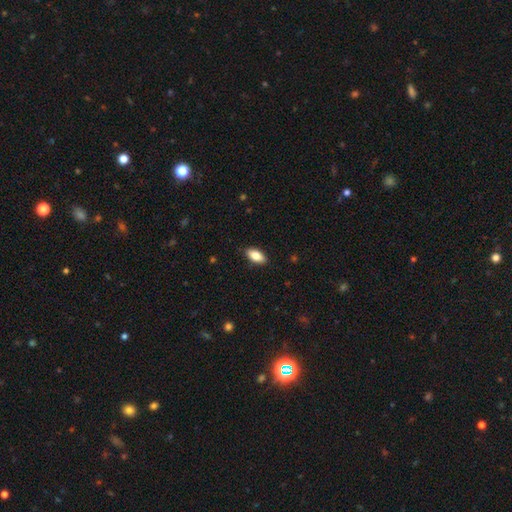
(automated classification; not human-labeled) Overall: smooth (83%). How rounded: in between (90%). Merging: none (89%).